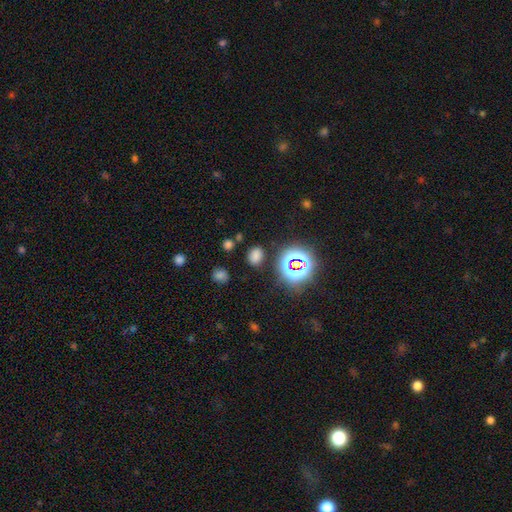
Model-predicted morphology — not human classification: Overall: smooth (67%; star or artifact 28%). How rounded: in between (63%; round 36%). Merging: none (81%).